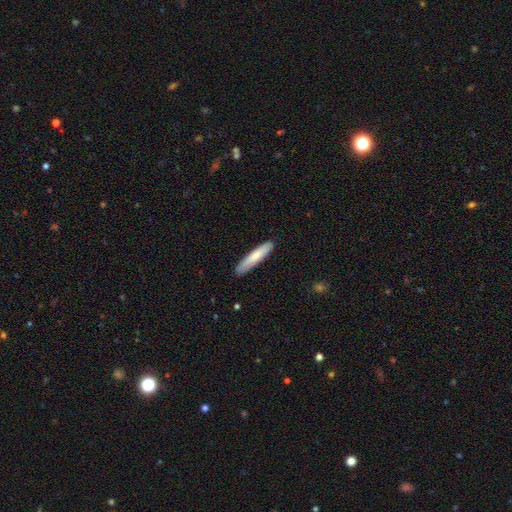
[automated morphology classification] A smooth galaxy with no disk features (75%) that is cigar-shaped (85%). Merging: none (87%).